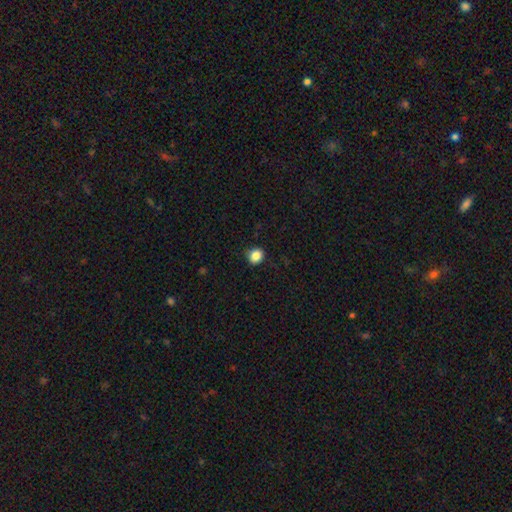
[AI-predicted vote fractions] A smooth galaxy with no disk features (86%) that is round (75%). Merging: none (86%).